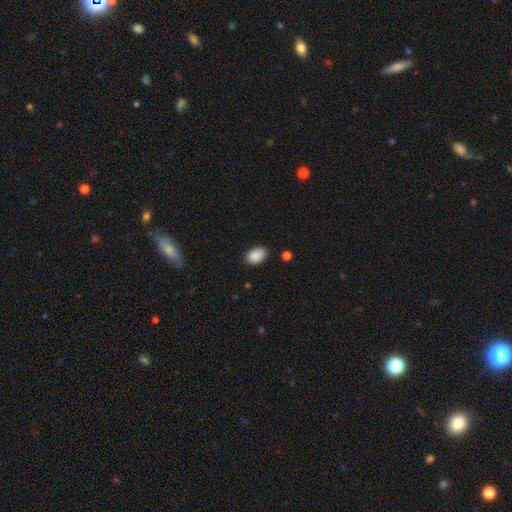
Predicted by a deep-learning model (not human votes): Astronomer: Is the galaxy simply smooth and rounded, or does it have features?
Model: smooth — 89%.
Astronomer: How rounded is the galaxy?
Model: in between — 88%.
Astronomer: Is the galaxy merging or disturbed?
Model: none — 83%.